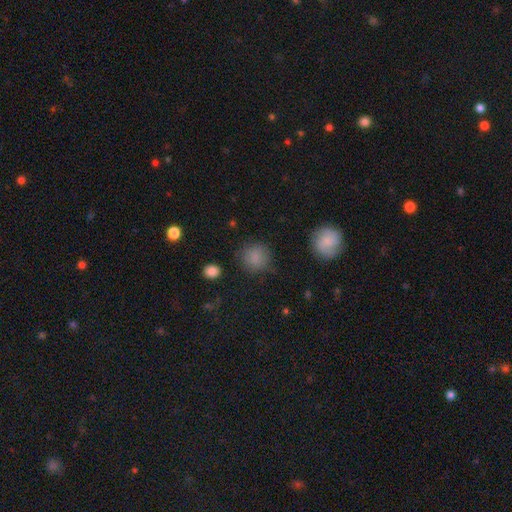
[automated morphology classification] Smooth or featured? Predicted: smooth (p=0.82). How rounded? Predicted: round (p=0.88). Merging? Predicted: none (p=0.82).